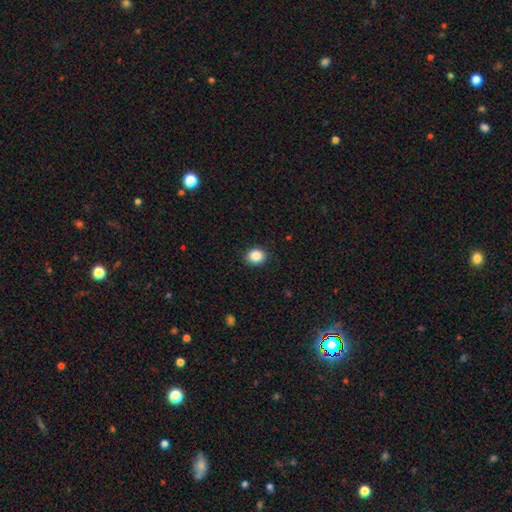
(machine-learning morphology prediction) Overall: smooth (87%). How rounded: round (75%). Merging: none (89%).